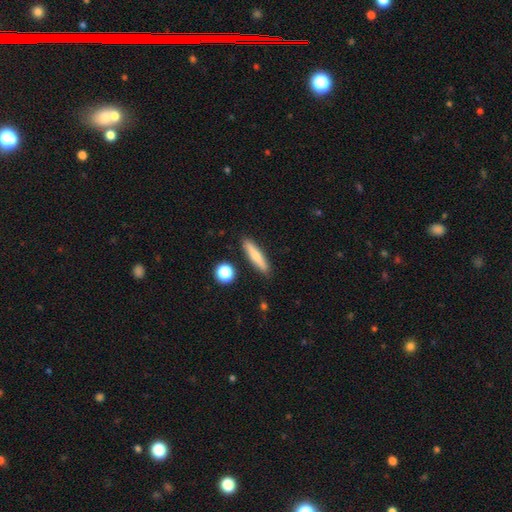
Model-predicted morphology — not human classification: Overall: smooth (69%). How rounded: cigar-shaped (85%). Merging: none (88%).